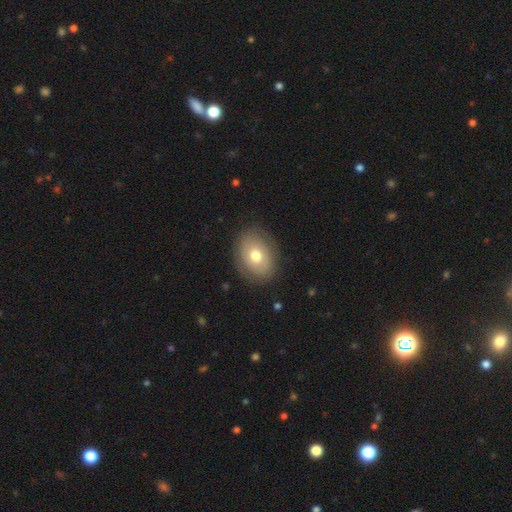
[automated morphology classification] A smooth galaxy with no disk features (64%) that is in between round and cigar-shaped (68%). Merging: none (82%).